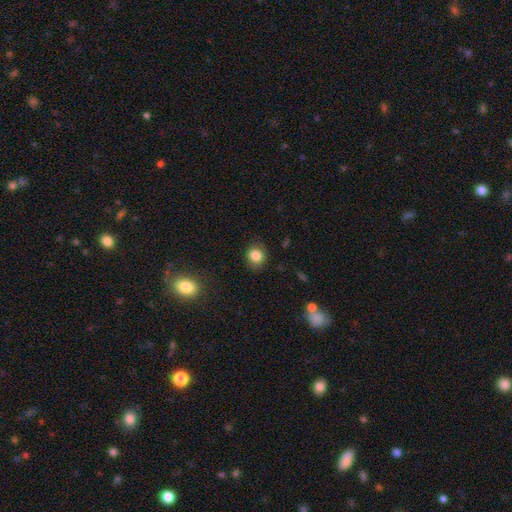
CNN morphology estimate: smooth-or-featured: smooth: 84% | star or artifact: 10% | featured or disk: 6%
  how-rounded: round: 77% | in between: 23% | cigar-shaped: 1%
  merging: none: 83% | minor disturbance: 12% | major disturbance: 3% | merger: 1%